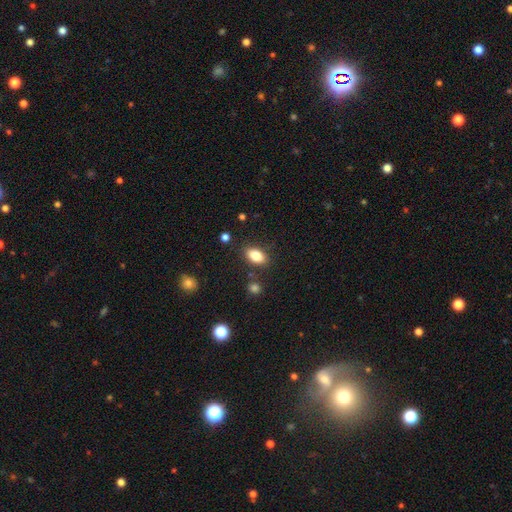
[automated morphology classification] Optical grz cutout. It shows a smooth galaxy with no disk features (83%) that is in between round and cigar-shaped (89%). Merging: none (83%).